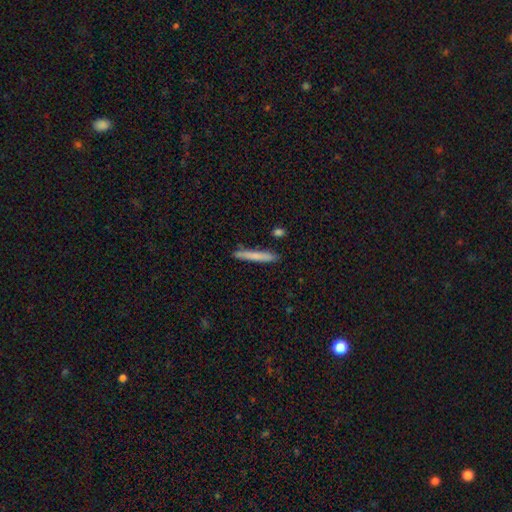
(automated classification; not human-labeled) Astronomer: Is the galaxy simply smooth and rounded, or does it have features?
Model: smooth — 73%.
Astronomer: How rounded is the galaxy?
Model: cigar-shaped — 96%.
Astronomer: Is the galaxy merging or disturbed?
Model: none — 86%.